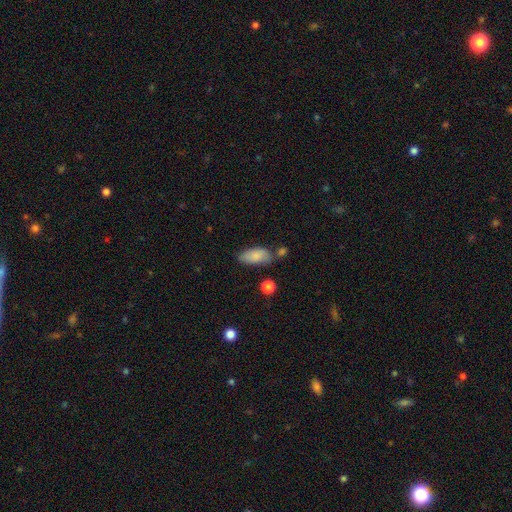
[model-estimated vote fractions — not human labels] A smooth galaxy with no disk features (84%) that is in between round and cigar-shaped (88%). Merging: none (62%).